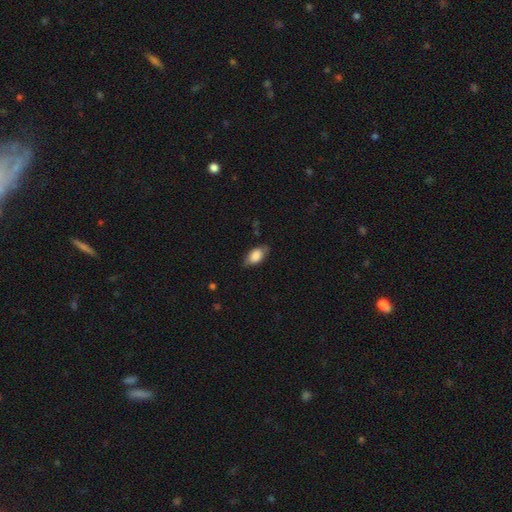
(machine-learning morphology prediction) Overall: smooth (79%). How rounded: in between (90%). Merging: none (69%).